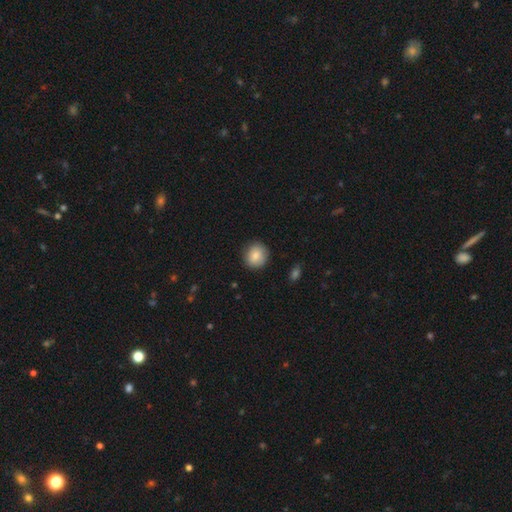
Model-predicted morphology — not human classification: Smooth or featured? Predicted: smooth (p=0.85). How rounded? Predicted: round (p=0.86). Merging? Predicted: none (p=0.87).